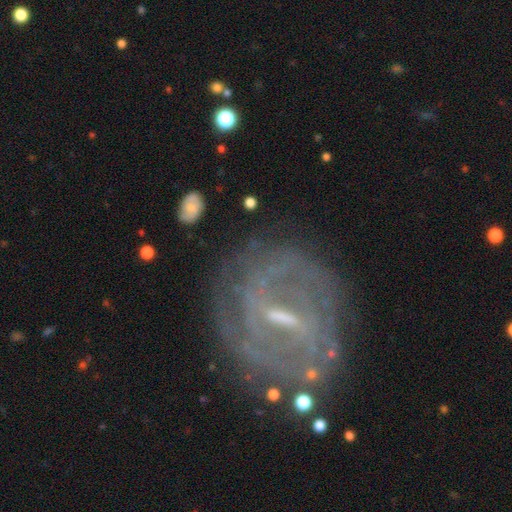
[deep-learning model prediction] This is clearly a featured or disk galaxy (84%). It is clearly not viewed edge-on (95%). Bar: possibly strong (46%). Spiral arm pattern: clearly yes (87%). Spiral arm count: marginally can't tell (38%). Spiral winding: possibly tight (60%). Central bulge: possibly small (49%). Merging: likely none (73%).